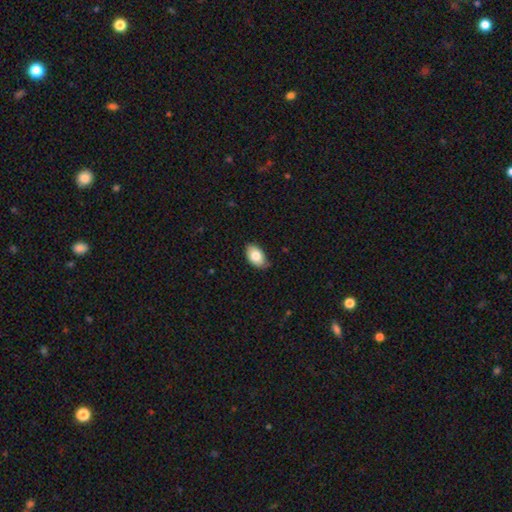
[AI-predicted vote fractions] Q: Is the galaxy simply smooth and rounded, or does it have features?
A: smooth — 81%.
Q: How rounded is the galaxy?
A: in between — 92%.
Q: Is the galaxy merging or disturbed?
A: none — 77%.